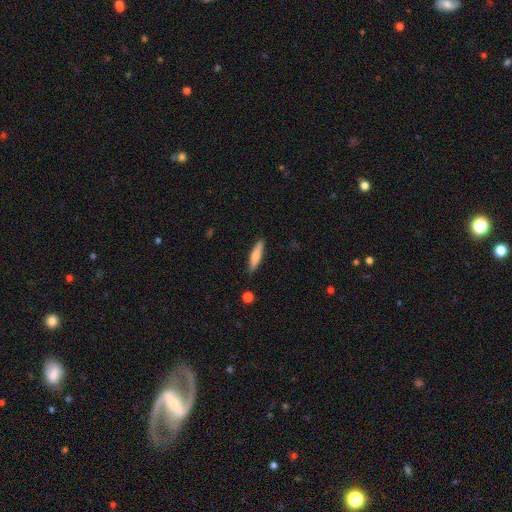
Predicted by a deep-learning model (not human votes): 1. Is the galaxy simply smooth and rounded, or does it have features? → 67% smooth, 27% featured or disk, 6% star or artifact.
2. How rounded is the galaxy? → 78% cigar-shaped, 20% in between, 2% round.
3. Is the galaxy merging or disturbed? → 86% none, 10% minor disturbance, 2% major disturbance, 2% merger.